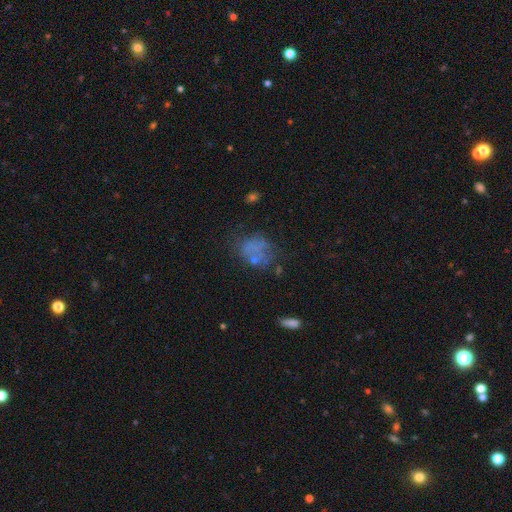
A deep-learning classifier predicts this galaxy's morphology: Overall: smooth (49%; featured or disk 32%). Merging: none (44%; major disturbance 24%).